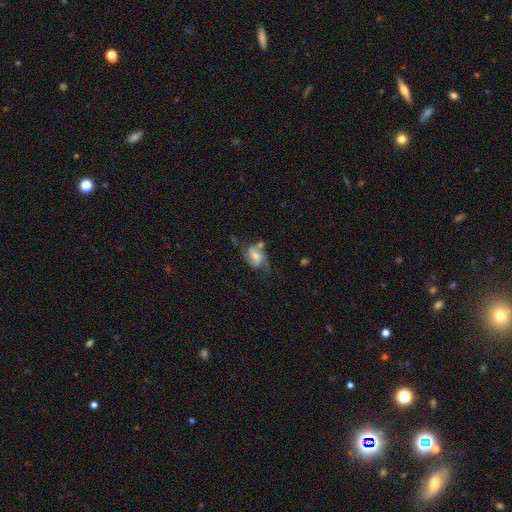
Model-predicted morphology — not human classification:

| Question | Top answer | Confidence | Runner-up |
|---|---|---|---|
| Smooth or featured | featured or disk | 66% | smooth (26%) |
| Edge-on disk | no | 97% | yes (3%) |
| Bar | no | 44% | weak (43%) |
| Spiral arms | yes | 86% | no (14%) |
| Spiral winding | medium | 44% | loose (40%) |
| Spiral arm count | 2 | 65% | can't tell (13%) |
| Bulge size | moderate | 38% | small (30%) |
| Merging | none | 37% | major disturbance (24%) |